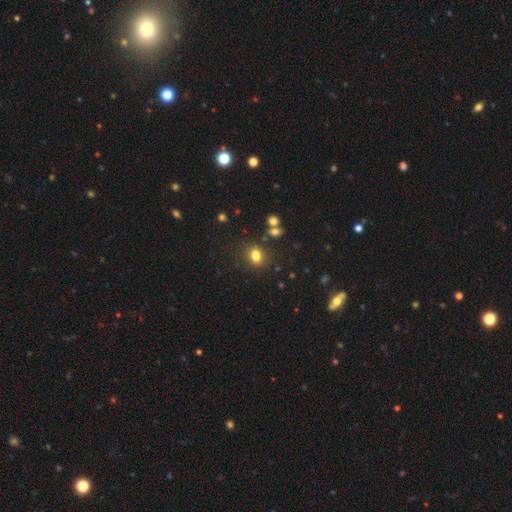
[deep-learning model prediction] This is likely a smooth galaxy (80%). How rounded: likely in between (61%). Merging: likely none (79%).